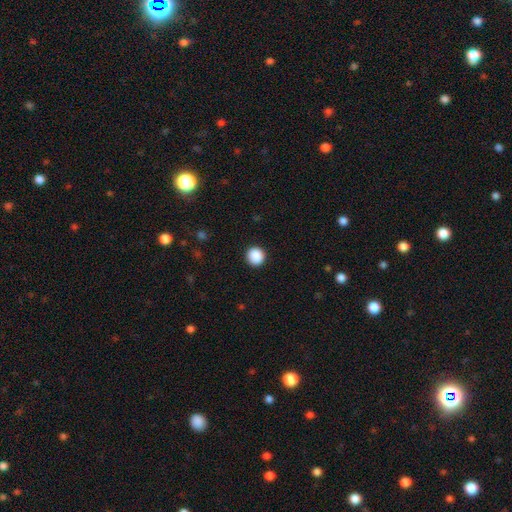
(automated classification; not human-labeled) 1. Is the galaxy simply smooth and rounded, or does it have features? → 89% smooth, 9% star or artifact, 2% featured or disk.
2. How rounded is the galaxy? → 94% round, 5% in between, 1% cigar-shaped.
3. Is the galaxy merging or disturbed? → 92% none, 5% minor disturbance, 2% major disturbance, 1% merger.